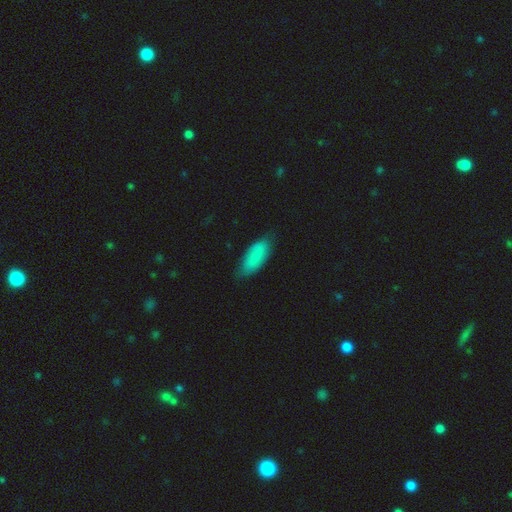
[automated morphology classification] Smooth or featured?
  - smooth: 79% *
  - featured or disk: 14%
  - star or artifact: 7%
How rounded?
  - in between: 83% *
  - cigar-shaped: 15%
  - round: 2%
Merging?
  - none: 73% *
  - minor disturbance: 22%
  - major disturbance: 4%
  - merger: 1%